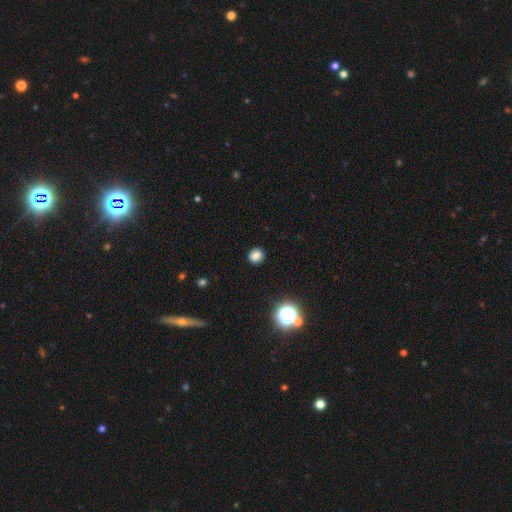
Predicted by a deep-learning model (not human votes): A smooth galaxy with no disk features (80%) that is round (74%). Merging: none (90%).